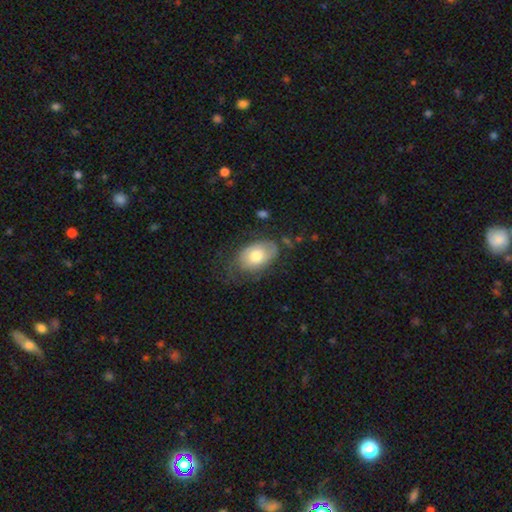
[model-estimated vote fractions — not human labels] Overall: smooth (65%; featured or disk 29%). How rounded: in between (88%). Merging: none (55%; minor disturbance 28%).